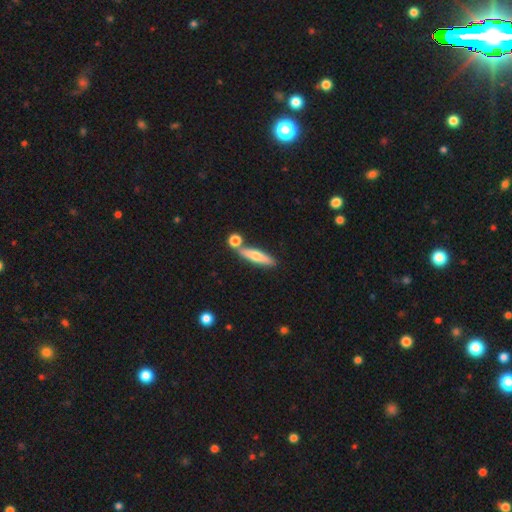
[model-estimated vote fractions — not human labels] Morphology: type=smooth (59%); roundness=cigar-shaped (76%); merging=none (69%).